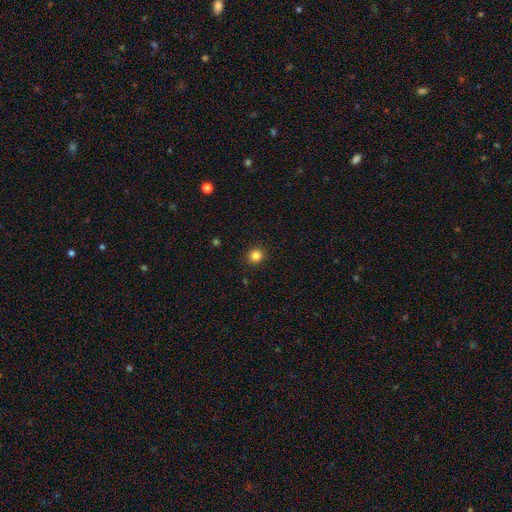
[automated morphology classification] This is clearly a smooth galaxy (84%). How rounded: clearly round (88%). Merging: clearly none (92%).